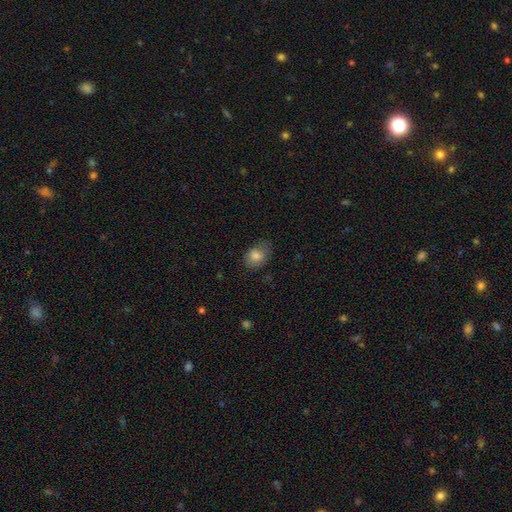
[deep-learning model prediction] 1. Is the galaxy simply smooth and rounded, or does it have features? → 81% smooth, 10% featured or disk, 9% star or artifact.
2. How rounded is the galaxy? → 65% in between, 33% round, 1% cigar-shaped.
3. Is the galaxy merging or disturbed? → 64% none, 27% minor disturbance, 8% major disturbance, 1% merger.